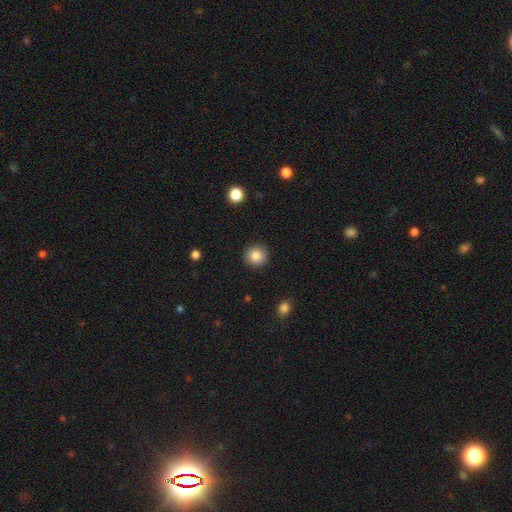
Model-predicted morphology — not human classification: Overall: smooth (85%). How rounded: round (91%). Merging: none (91%).